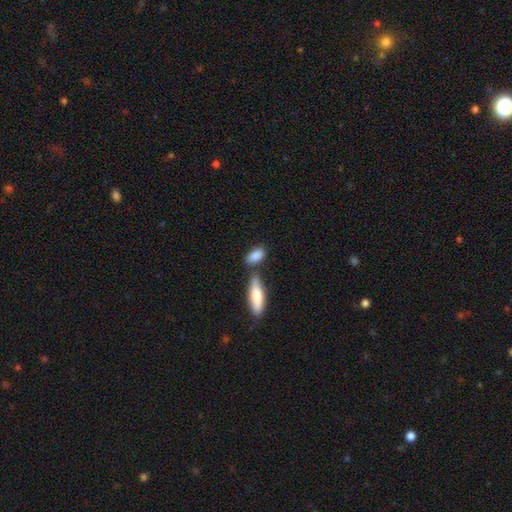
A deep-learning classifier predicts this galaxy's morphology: type=smooth (85%); roundness=in between (81%); merging=none (58%).